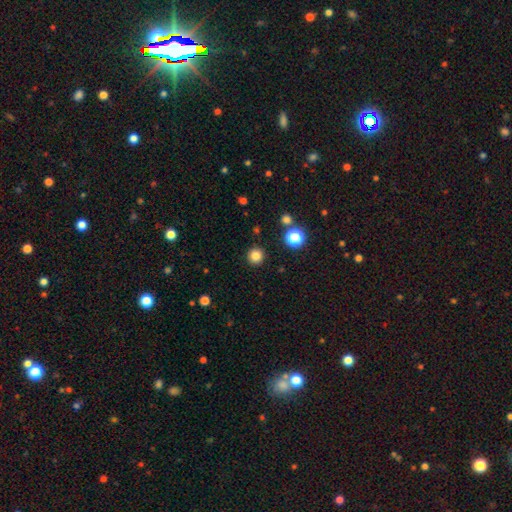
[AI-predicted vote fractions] Smooth or featured? Predicted: smooth (p=0.82). How rounded? Predicted: round (p=0.96). Merging? Predicted: none (p=0.92).